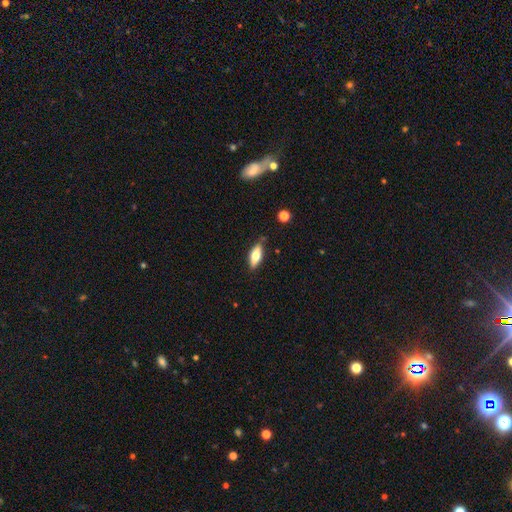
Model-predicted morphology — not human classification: This appears to be a smooth galaxy with no disk features (60%) that is in between round and cigar-shaped (69%). Merging: none (80%).